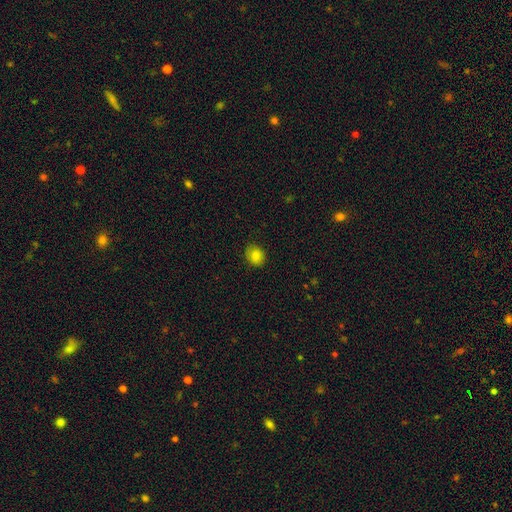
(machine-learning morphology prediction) Smooth or featured? smooth (83%)
How rounded? round (61%)
Merging? none (83%)